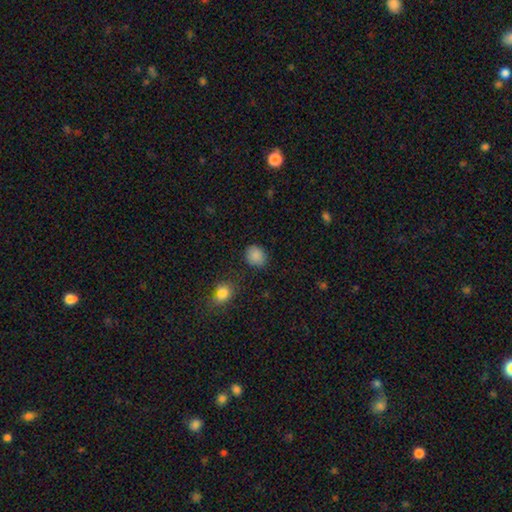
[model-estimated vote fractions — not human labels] Overall: smooth (87%). How rounded: round (67%; in between 32%). Merging: none (83%).